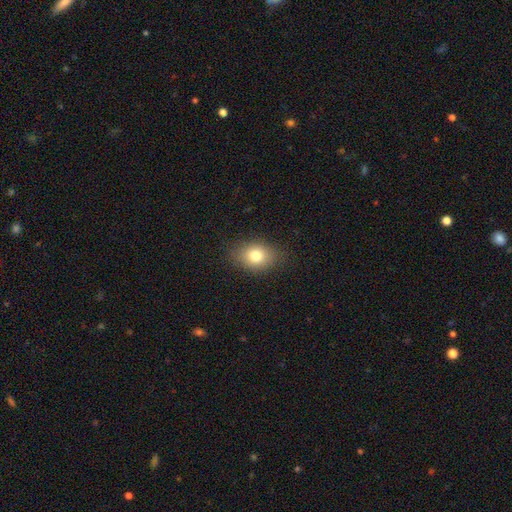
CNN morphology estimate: type=smooth (79%); roundness=in between (63%); merging=none (84%).